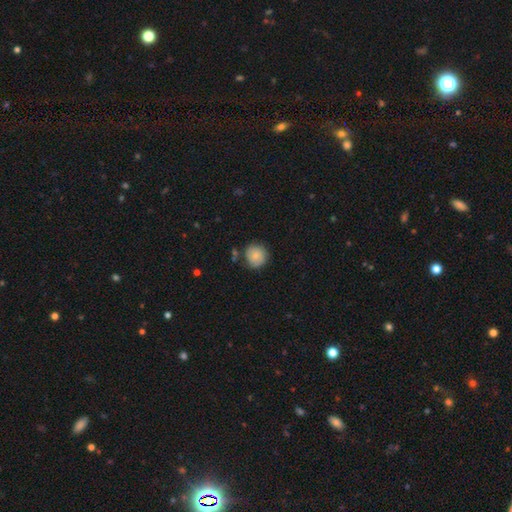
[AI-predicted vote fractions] Smooth or featured? smooth (78%)
How rounded? round (91%)
Merging? none (74%)